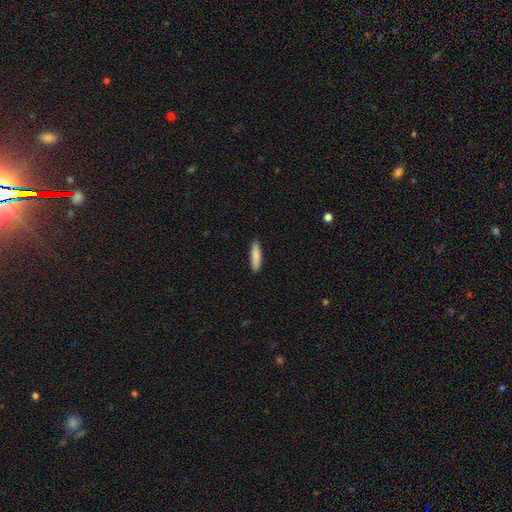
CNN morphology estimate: A smooth galaxy with no disk features (87%) that is cigar-shaped (80%).

Vote fractions:
- Smooth or featured? smooth: 87% / featured or disk: 7% / star or artifact: 6%
- How rounded? cigar-shaped: 80% / in between: 18% / round: 1%
- Merging? none: 89% / minor disturbance: 8% / major disturbance: 2% / merger: 1%